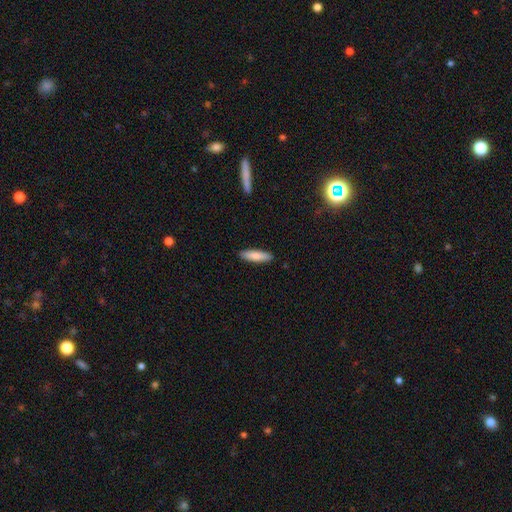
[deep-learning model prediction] Smooth or featured? Predicted: smooth (p=0.84). How rounded? Predicted: cigar-shaped (p=0.66). Merging? Predicted: none (p=0.90).